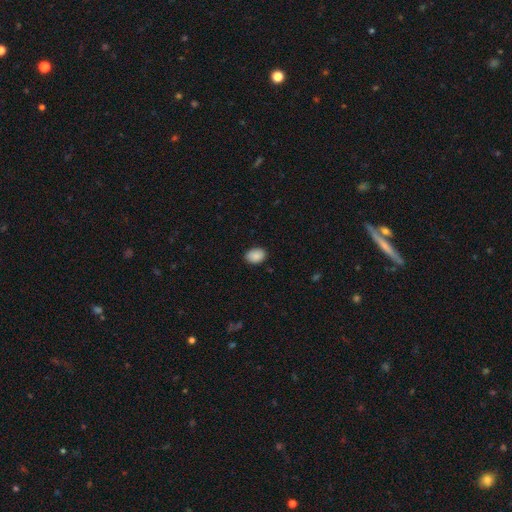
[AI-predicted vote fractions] This is clearly a smooth galaxy (89%). How rounded: likely in between (73%). Merging: clearly none (87%).